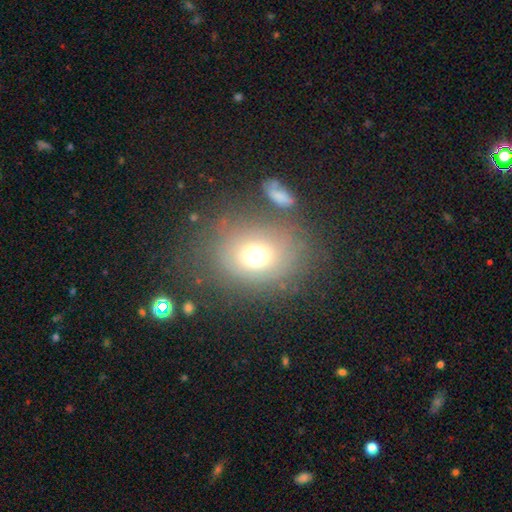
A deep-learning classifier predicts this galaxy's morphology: Q: Smooth or featured?
A: smooth (66%); runner-up: star or artifact (17%)
Q: How rounded?
A: round (58%); runner-up: in between (40%)
Q: Merging?
A: none (64%); runner-up: minor disturbance (15%)